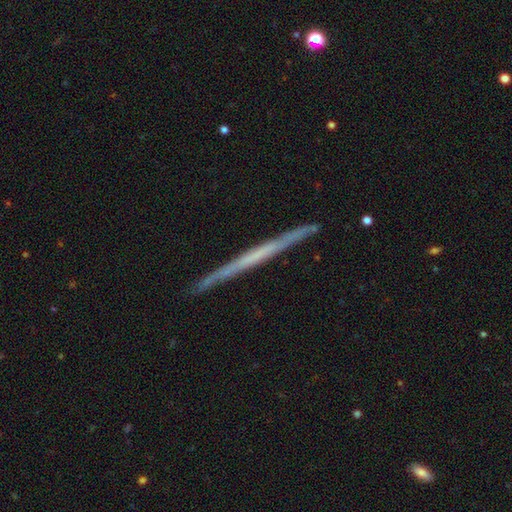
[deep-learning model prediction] This is likely a featured or disk galaxy (63%). It is clearly viewed edge-on (98%). Edge-on bulge: clearly none (89%). Merging: clearly none (91%).